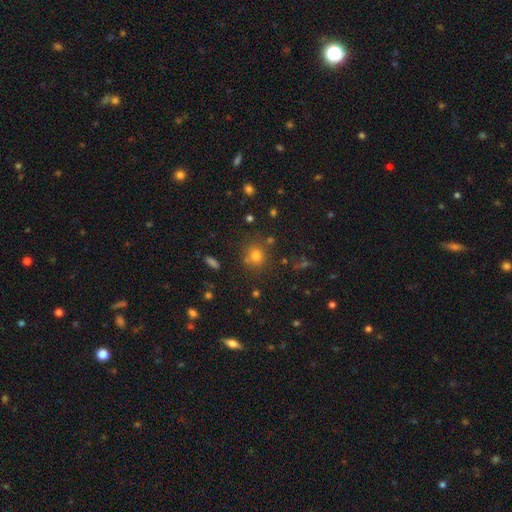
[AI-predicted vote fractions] A smooth galaxy with no disk features (73%) that is round (83%). Merging: none (76%).